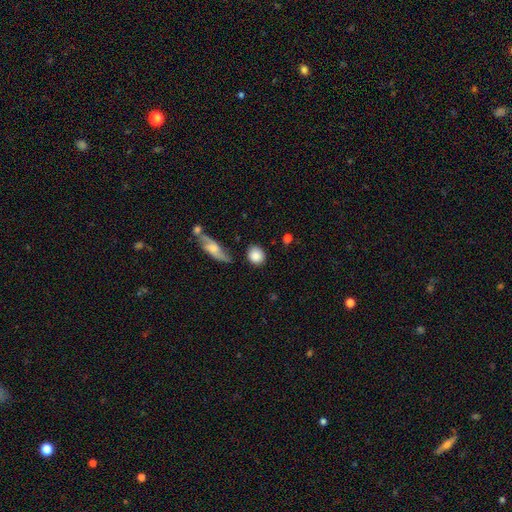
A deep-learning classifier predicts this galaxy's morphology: The model was most divided on "how rounded": round: 80%, in between: 17%, cigar-shaped: 3%. More confident: smooth or featured — smooth (84%); merging — none (76%).